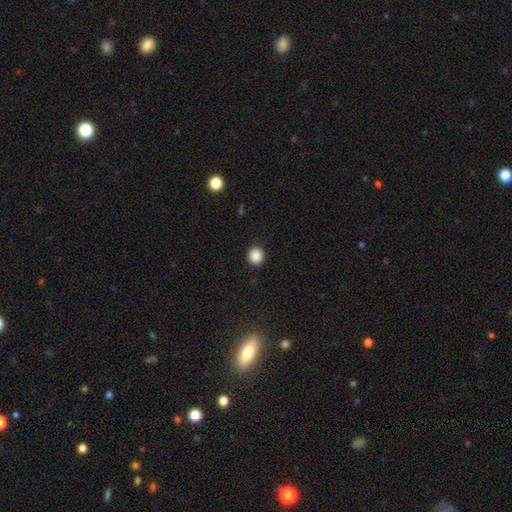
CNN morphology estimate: Q: Smooth or featured?
A: smooth (88%); runner-up: star or artifact (10%)
Q: How rounded?
A: round (90%); runner-up: in between (9%)
Q: Merging?
A: none (92%); runner-up: minor disturbance (5%)